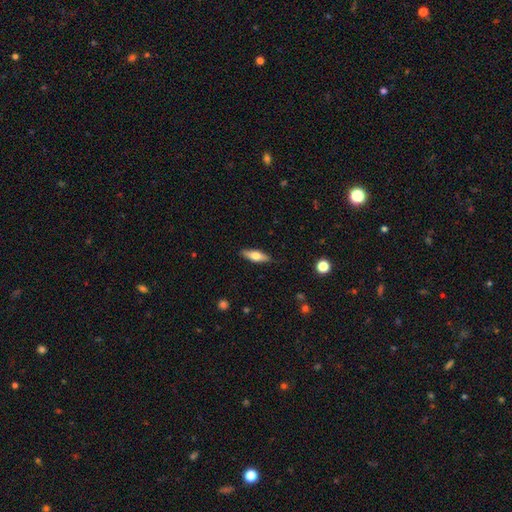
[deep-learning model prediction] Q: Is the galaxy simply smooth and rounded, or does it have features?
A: smooth — 57%.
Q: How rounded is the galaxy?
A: cigar-shaped — 50%.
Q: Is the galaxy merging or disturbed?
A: none — 88%.